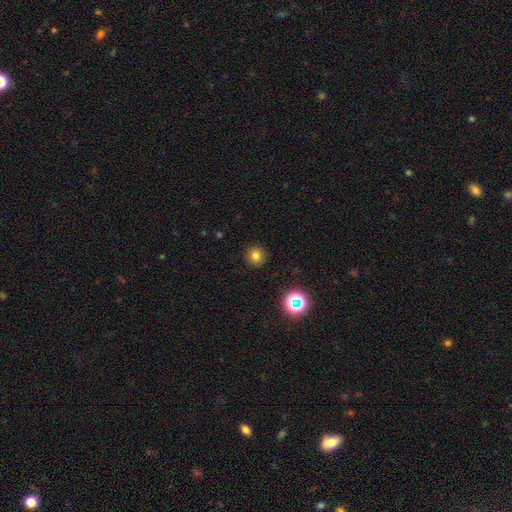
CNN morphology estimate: A smooth galaxy with no disk features (76%) that is round (94%).

Vote fractions:
- Smooth or featured? smooth: 76% / star or artifact: 17% / featured or disk: 7%
- How rounded? round: 94% / in between: 5% / cigar-shaped: 1%
- Merging? none: 92% / minor disturbance: 5% / major disturbance: 2% / merger: 1%